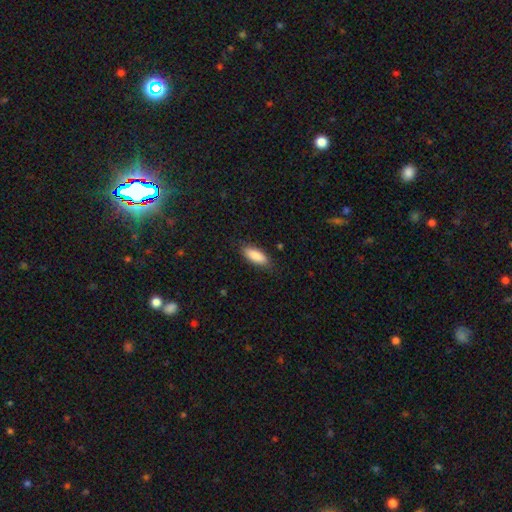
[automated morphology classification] smooth-or-featured: smooth: 87% | featured or disk: 7% | star or artifact: 6%
  how-rounded: in between: 76% | cigar-shaped: 22% | round: 2%
  merging: none: 84% | minor disturbance: 12% | major disturbance: 3% | merger: 1%